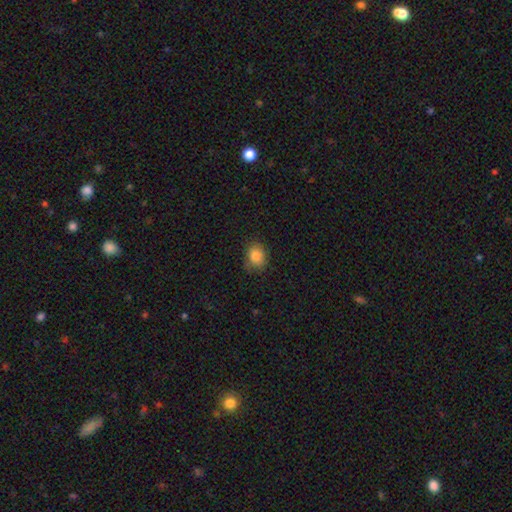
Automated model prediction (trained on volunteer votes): A smooth galaxy with no disk features (85%) that is in between round and cigar-shaped (50%). Merging: none (75%).